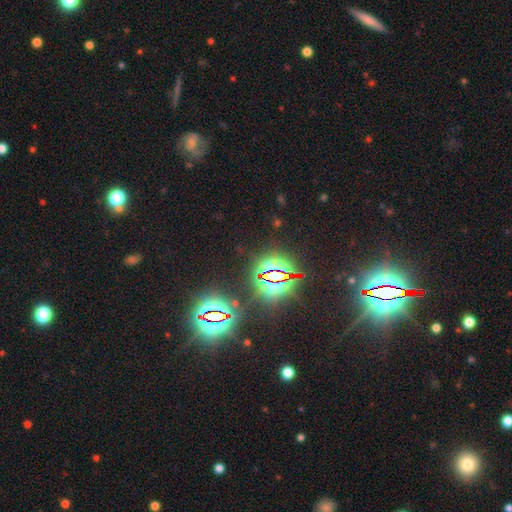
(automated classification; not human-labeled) smooth-or-featured: star or artifact: 83% | smooth: 10% | featured or disk: 7%